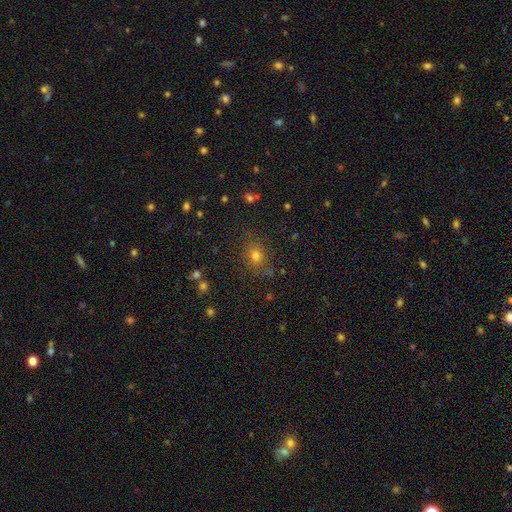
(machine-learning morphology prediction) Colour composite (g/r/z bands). It shows a smooth galaxy with no disk features (71%) that is round (68%). Merging: none (80%).